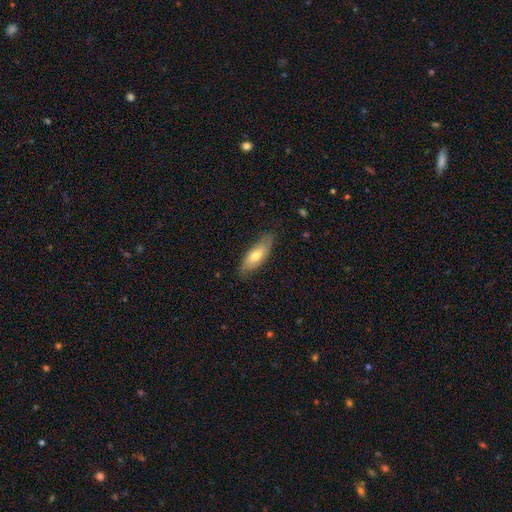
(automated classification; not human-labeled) Overall: smooth (66%; featured or disk 29%). How rounded: in between (70%). Merging: none (78%).